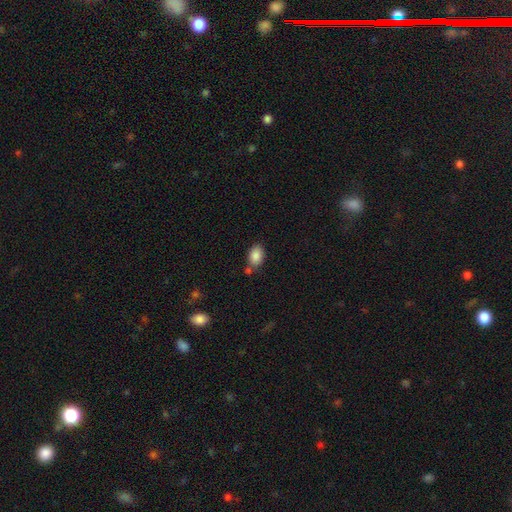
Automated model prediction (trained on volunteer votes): Smooth or featured? Predicted: smooth (p=0.87). How rounded? Predicted: in between (p=0.85). Merging? Predicted: none (p=0.68).